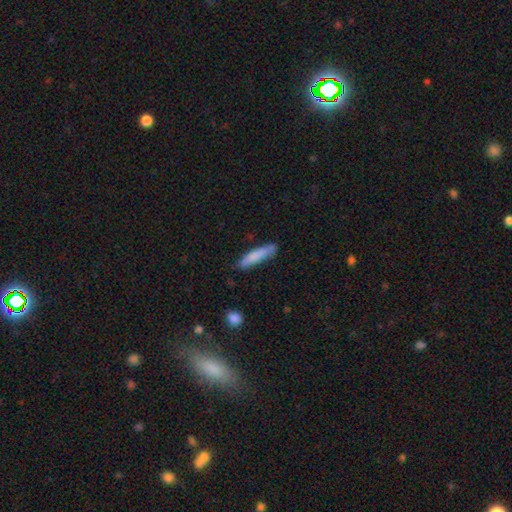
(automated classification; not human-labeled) Smooth or featured?
  - smooth: 77% *
  - featured or disk: 17%
  - star or artifact: 6%
How rounded?
  - cigar-shaped: 86% *
  - in between: 13%
  - round: 1%
Merging?
  - none: 73% *
  - minor disturbance: 20%
  - major disturbance: 4%
  - merger: 3%